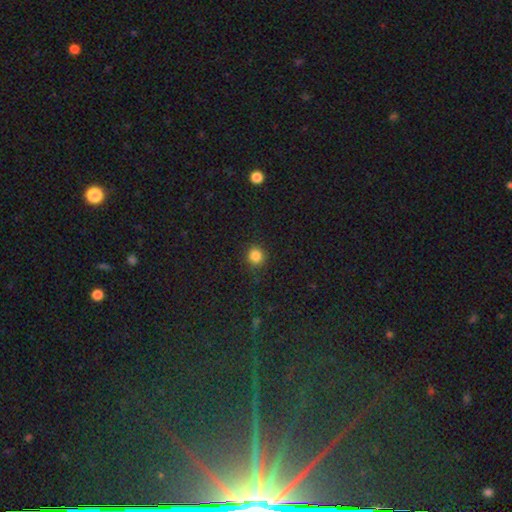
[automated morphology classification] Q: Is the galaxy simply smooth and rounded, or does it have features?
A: smooth — 84%.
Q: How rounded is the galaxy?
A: round — 92%.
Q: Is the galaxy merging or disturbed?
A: none — 89%.